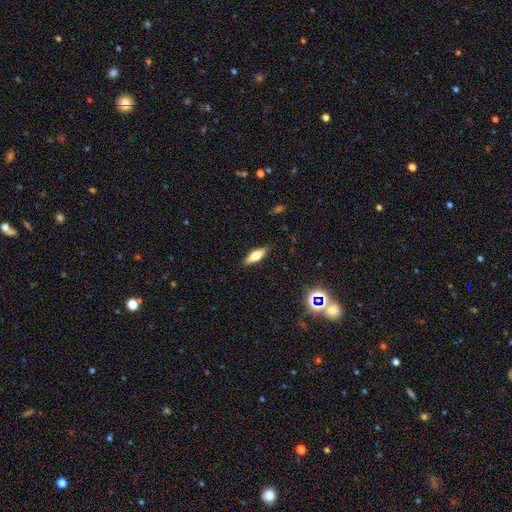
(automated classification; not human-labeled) Smooth or featured? smooth (59%)
How rounded? in between (60%)
Merging? none (88%)